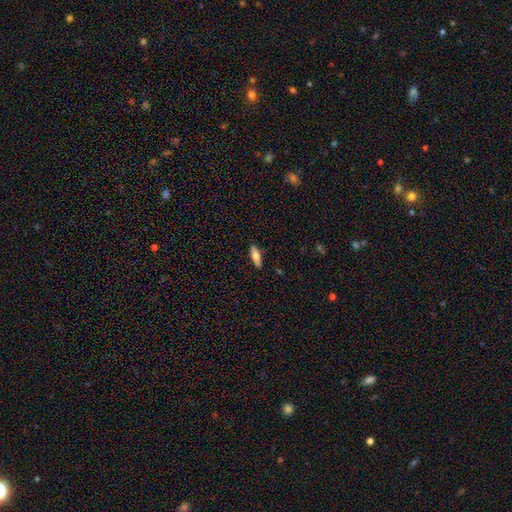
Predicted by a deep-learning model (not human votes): Smooth or featured: smooth — 68% (featured or disk — 26%)
How rounded: cigar-shaped — 49% (tied with in between — 49%)
Merging: none — 89% (minor disturbance — 8%)